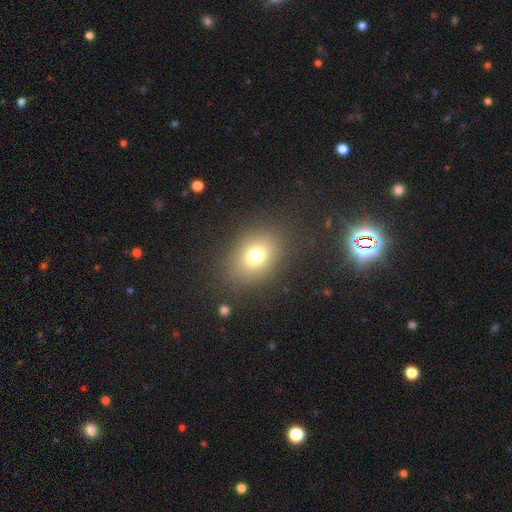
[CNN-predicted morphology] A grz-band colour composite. It shows a smooth galaxy with no disk features (73%) that is in between round and cigar-shaped (56%). Merging: none (84%).